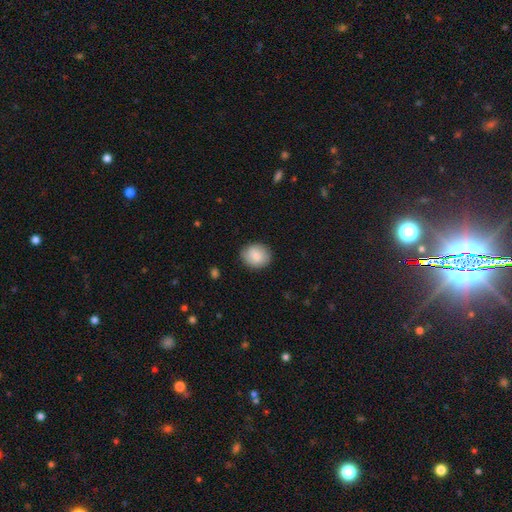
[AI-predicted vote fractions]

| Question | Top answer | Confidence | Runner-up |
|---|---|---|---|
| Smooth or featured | smooth | 86% | featured or disk (8%) |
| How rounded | round | 66% | in between (33%) |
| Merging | none | 83% | minor disturbance (13%) |